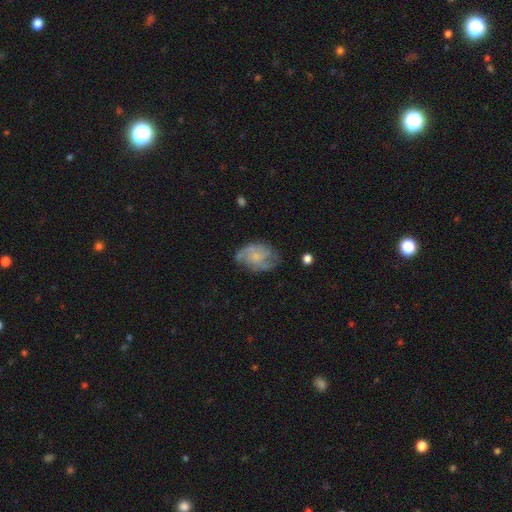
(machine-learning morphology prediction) Q: Smooth or featured?
A: featured or disk (64%); runner-up: smooth (28%)
Q: Edge-on disk?
A: no (97%); runner-up: yes (3%)
Q: Bar?
A: no (75%); runner-up: weak (22%)
Q: Spiral arms?
A: yes (82%); runner-up: no (18%)
Q: Spiral winding?
A: medium (45%); runner-up: tight (33%)
Q: Spiral arm count?
A: 2 (44%); runner-up: can't tell (30%)
Q: Bulge size?
A: small (54%); runner-up: moderate (23%)
Q: Merging?
A: none (62%); runner-up: minor disturbance (25%)